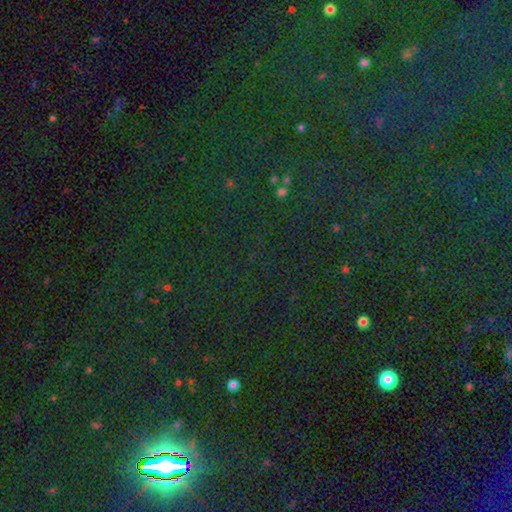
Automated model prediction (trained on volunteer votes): smooth-or-featured: star or artifact: 82% | smooth: 11% | featured or disk: 8%